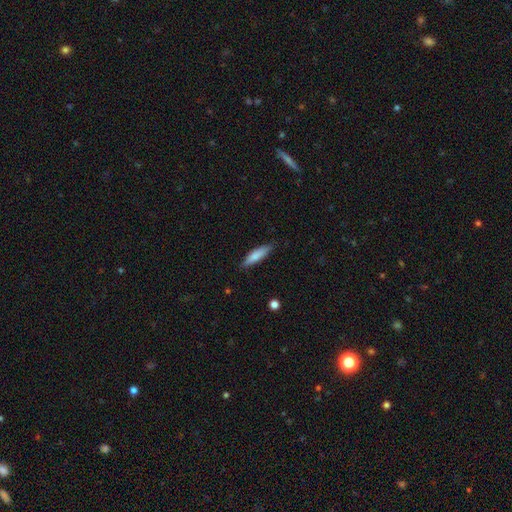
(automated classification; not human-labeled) Smooth or featured?
  - smooth: 78% *
  - featured or disk: 16%
  - star or artifact: 6%
How rounded?
  - cigar-shaped: 72% *
  - in between: 27%
  - round: 1%
Merging?
  - none: 82% *
  - minor disturbance: 15%
  - major disturbance: 2%
  - merger: 1%